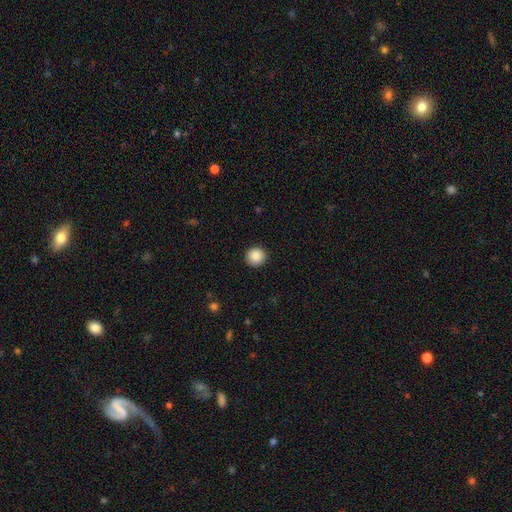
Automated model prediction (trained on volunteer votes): Morphology: type=smooth (88%); roundness=round (94%); merging=none (92%).